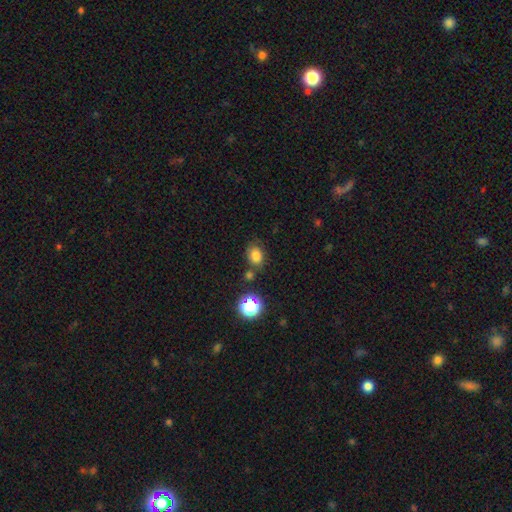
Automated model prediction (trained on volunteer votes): smooth_or_featured: smooth (p=0.78) [alt: star or artifact p=0.16]
how_rounded: in between (p=0.54) [alt: round p=0.45]
merging: none (p=0.67) [alt: minor disturbance p=0.16]